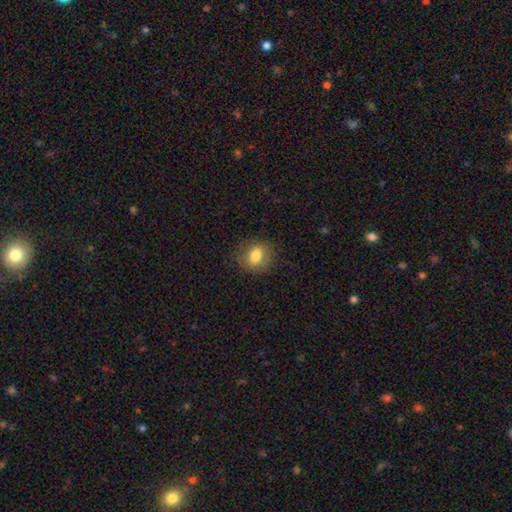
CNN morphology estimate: This is likely a smooth galaxy (75%). How rounded: possibly round (55%). Merging: likely none (78%).